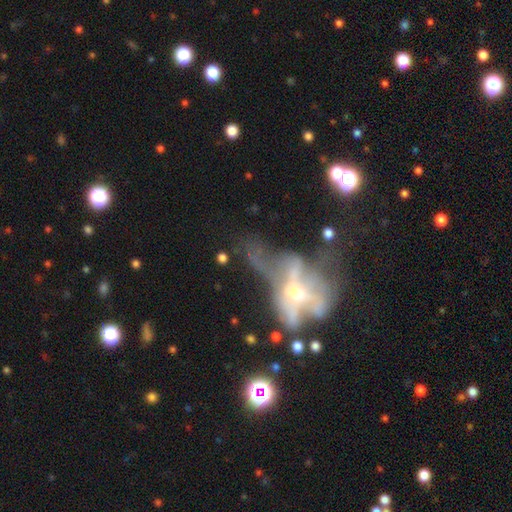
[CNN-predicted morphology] Smooth or featured: featured or disk — 62% (smooth — 20%)
Edge-on disk: no — 79% (yes — 21%)
Merging: major disturbance — 45% (none — 23%)